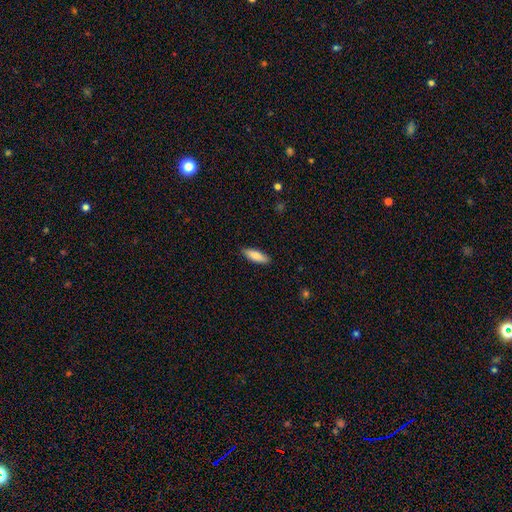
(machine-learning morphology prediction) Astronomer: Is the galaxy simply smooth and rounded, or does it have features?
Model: smooth — 83%.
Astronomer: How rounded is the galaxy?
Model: in between — 56% (runner-up: cigar-shaped, 42%).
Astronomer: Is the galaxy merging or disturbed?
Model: none — 87%.